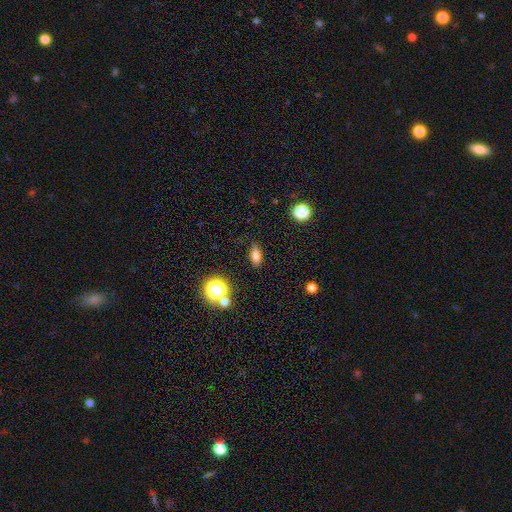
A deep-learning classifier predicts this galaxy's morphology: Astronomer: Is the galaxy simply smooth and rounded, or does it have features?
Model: smooth — 76%.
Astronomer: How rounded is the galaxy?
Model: in between — 72%.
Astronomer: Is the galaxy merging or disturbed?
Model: none — 83%.